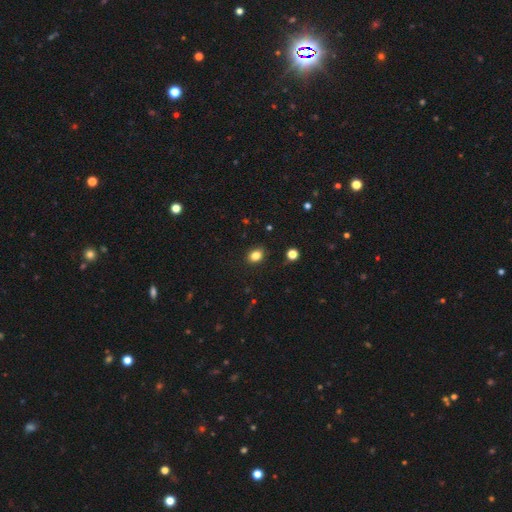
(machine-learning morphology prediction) Overall: smooth (83%). How rounded: in between (52%; round 47%). Merging: none (87%).